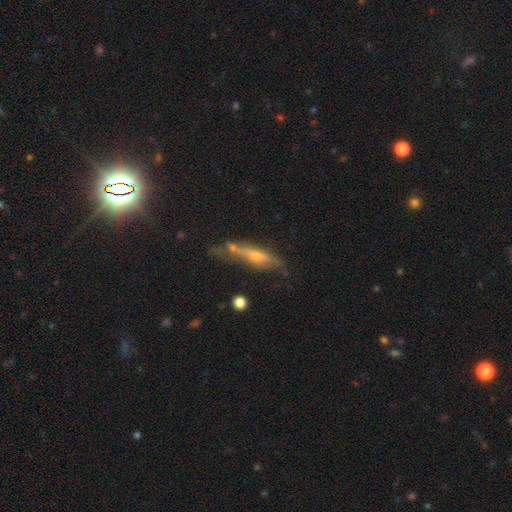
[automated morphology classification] The model was most divided on "smooth or featured": featured or disk: 63%, smooth: 28%, star or artifact: 9%. More confident: edge-on disk — yes (86%); edge-on bulge — rounded (71%); merging — none (59%).